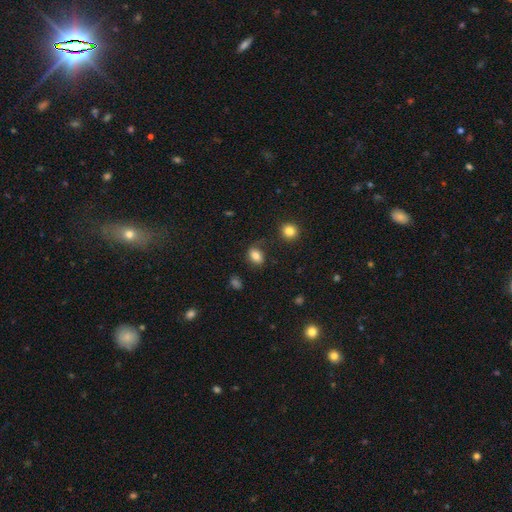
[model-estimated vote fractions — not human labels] Smooth or featured? Predicted: smooth (p=0.81). How rounded? Predicted: in between (p=0.76). Merging? Predicted: none (p=0.68).